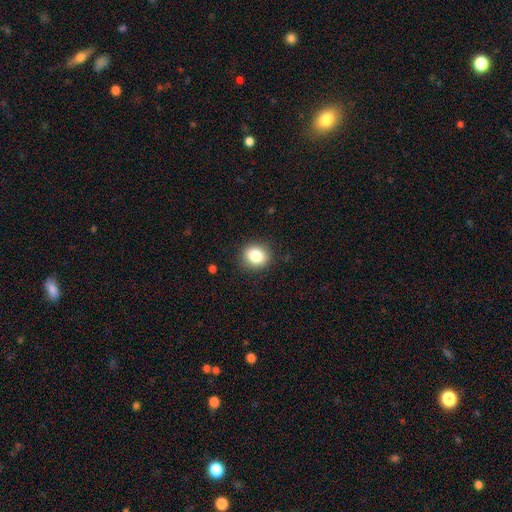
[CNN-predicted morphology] The model was most divided on "how rounded": round: 76%, in between: 23%, cigar-shaped: 1%. More confident: merging — none (89%); smooth or featured — smooth (83%).